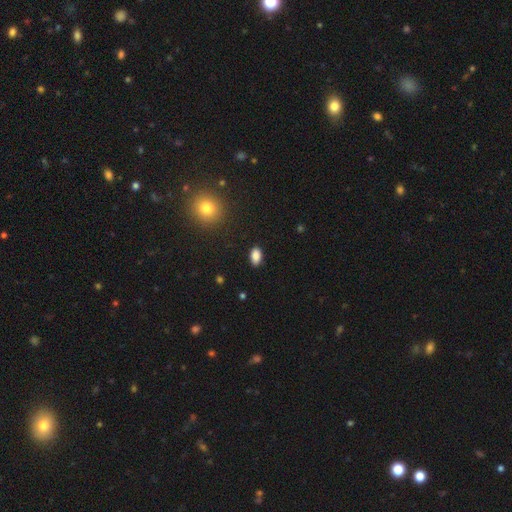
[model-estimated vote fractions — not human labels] smooth-or-featured: smooth: 86% | star or artifact: 9% | featured or disk: 5%
  how-rounded: in between: 91% | round: 6% | cigar-shaped: 2%
  merging: none: 88% | minor disturbance: 9% | major disturbance: 2% | merger: 1%